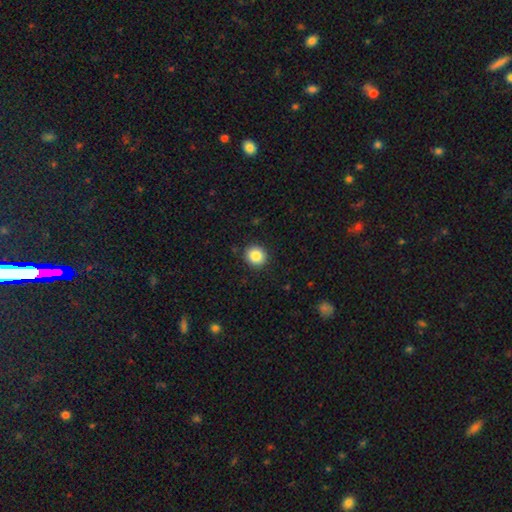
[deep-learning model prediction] This appears to be a smooth galaxy with no disk features (87%) that is round (85%). Merging: none (89%).